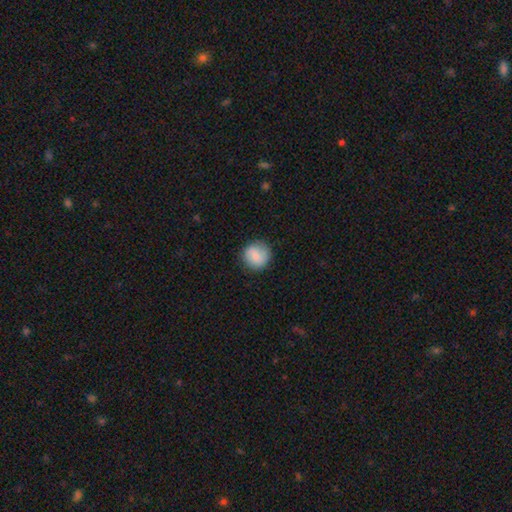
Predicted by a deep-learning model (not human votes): Smooth or featured: smooth — 77% (featured or disk — 16%)
How rounded: round — 91% (in between — 8%)
Merging: none — 84% (minor disturbance — 12%)